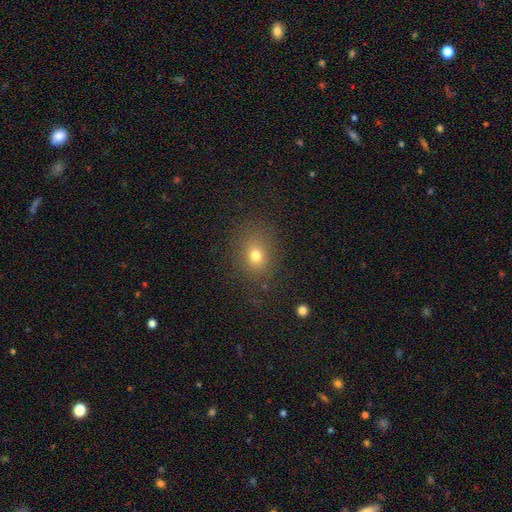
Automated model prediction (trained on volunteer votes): This is likely a smooth galaxy (74%). How rounded: possibly round (50%). Merging: clearly none (81%).